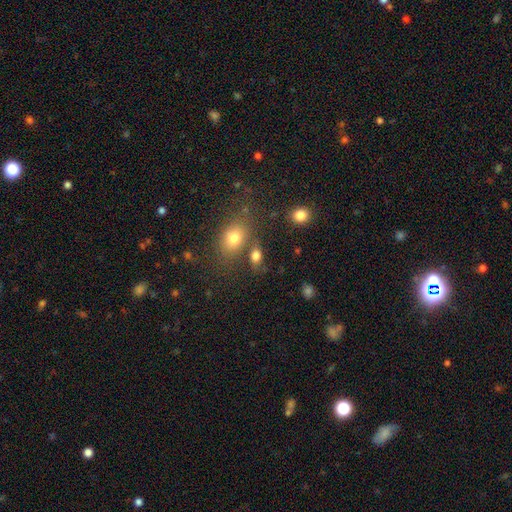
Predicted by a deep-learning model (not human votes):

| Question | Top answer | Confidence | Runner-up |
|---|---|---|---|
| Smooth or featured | smooth | 79% | star or artifact (12%) |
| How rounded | in between | 79% | round (18%) |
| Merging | none | 62% | merger (19%) |